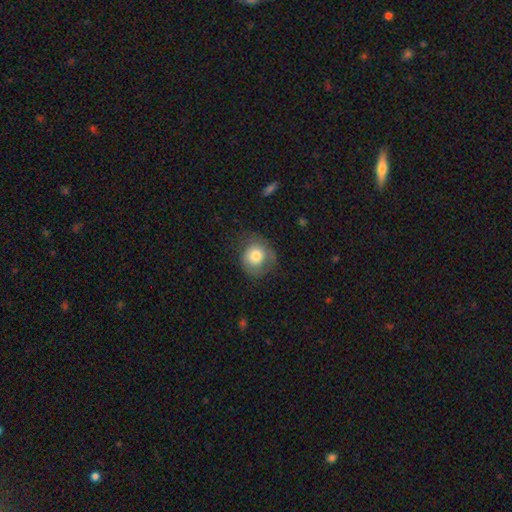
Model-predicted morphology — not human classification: This is likely a smooth galaxy (72%). How rounded: likely round (77%). Merging: possibly none (58%).